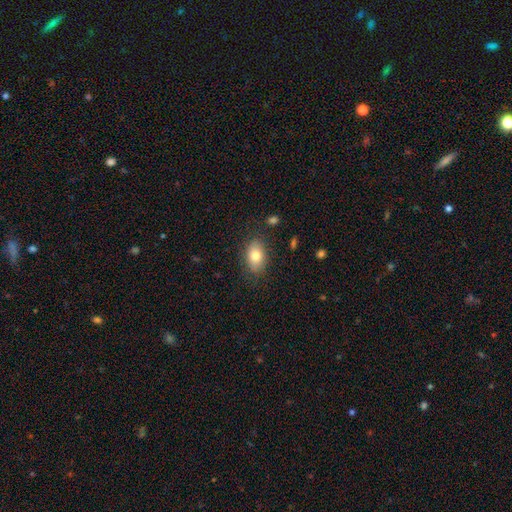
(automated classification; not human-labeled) This is likely a smooth galaxy (78%). How rounded: clearly in between (86%). Merging: clearly none (82%).